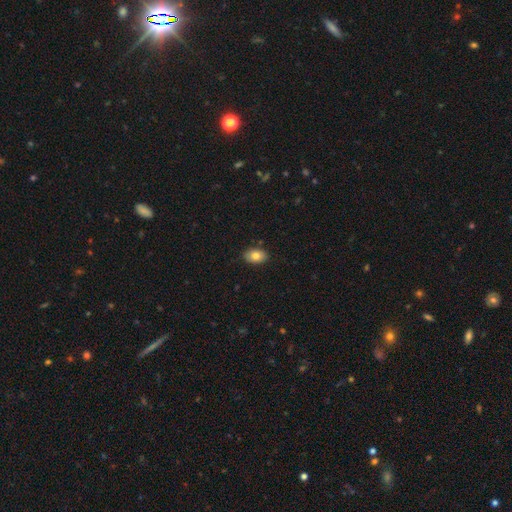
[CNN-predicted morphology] The model was most divided on "smooth or featured": smooth: 81%, featured or disk: 11%, star or artifact: 7%. More confident: how rounded — in between (89%); merging — none (87%).